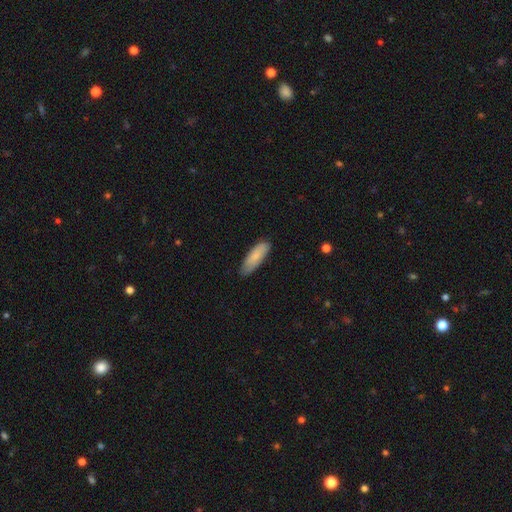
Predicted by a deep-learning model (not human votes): This is clearly a smooth galaxy (81%). How rounded: possibly in between (58%). Merging: likely none (80%).